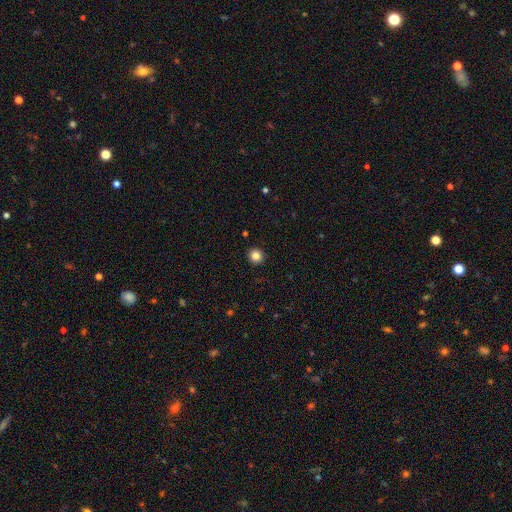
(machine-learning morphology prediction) Smooth or featured? Predicted: smooth (p=0.85). How rounded? Predicted: round (p=0.93). Merging? Predicted: none (p=0.92).